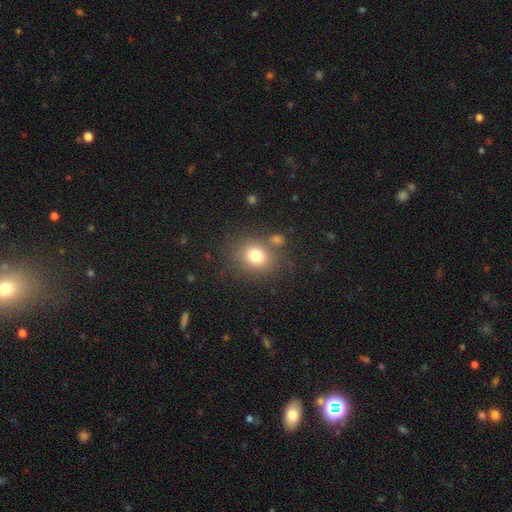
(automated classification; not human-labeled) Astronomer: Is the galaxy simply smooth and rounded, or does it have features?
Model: smooth — 78%.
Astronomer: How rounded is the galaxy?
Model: round — 64%.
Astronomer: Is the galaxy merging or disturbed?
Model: none — 73%.